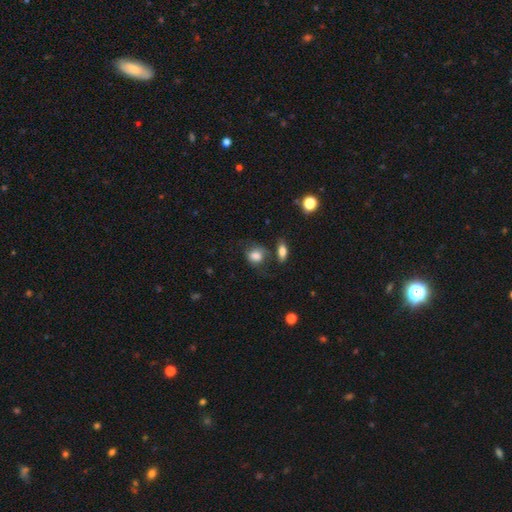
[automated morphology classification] This is clearly a smooth galaxy (81%). How rounded: possibly round (53%). Merging: possibly none (56%).